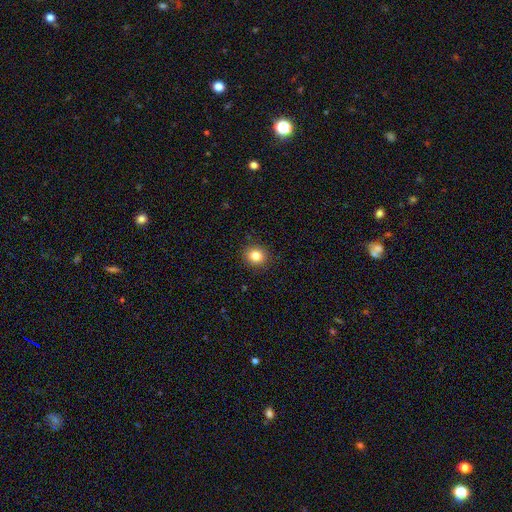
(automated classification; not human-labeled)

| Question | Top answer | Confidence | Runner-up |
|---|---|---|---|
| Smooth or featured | smooth | 83% | star or artifact (11%) |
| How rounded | round | 82% | in between (17%) |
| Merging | none | 91% | minor disturbance (6%) |